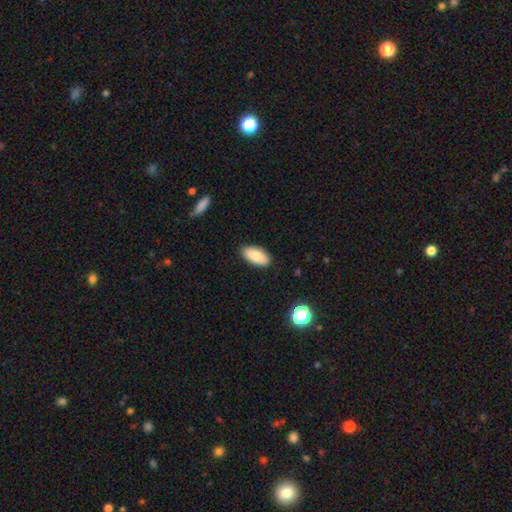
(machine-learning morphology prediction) smooth_or_featured: smooth (p=0.87) [alt: featured or disk p=0.07]
how_rounded: in between (p=0.91) [alt: cigar-shaped p=0.07]
merging: none (p=0.88) [alt: minor disturbance p=0.09]